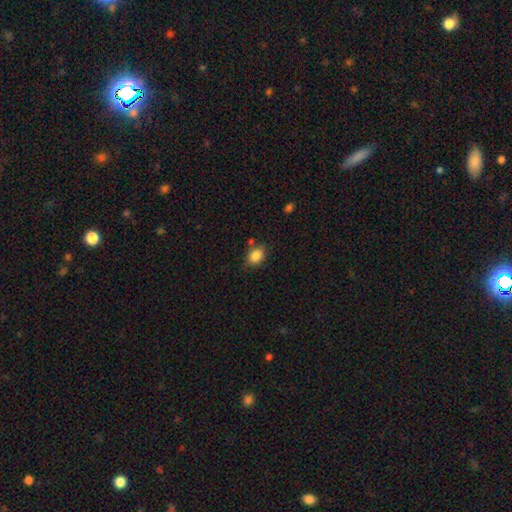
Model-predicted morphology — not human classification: Smooth or featured?
  - smooth: 86% *
  - star or artifact: 9%
  - featured or disk: 5%
How rounded?
  - in between: 67% *
  - round: 32%
  - cigar-shaped: 1%
Merging?
  - none: 72% *
  - minor disturbance: 17%
  - merger: 6%
  - major disturbance: 4%